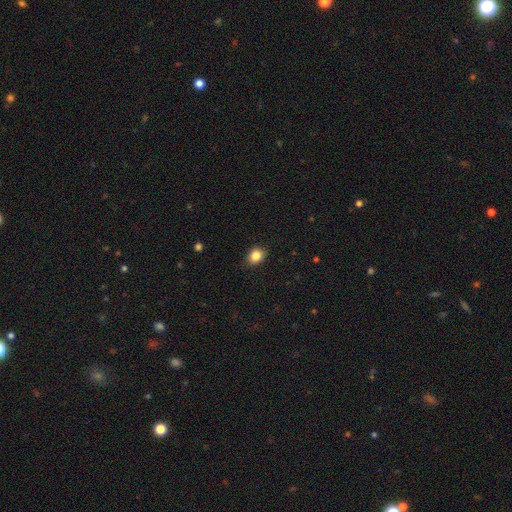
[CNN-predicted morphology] This appears to be a smooth galaxy with no disk features (85%) that is round (52%). Merging: none (85%).